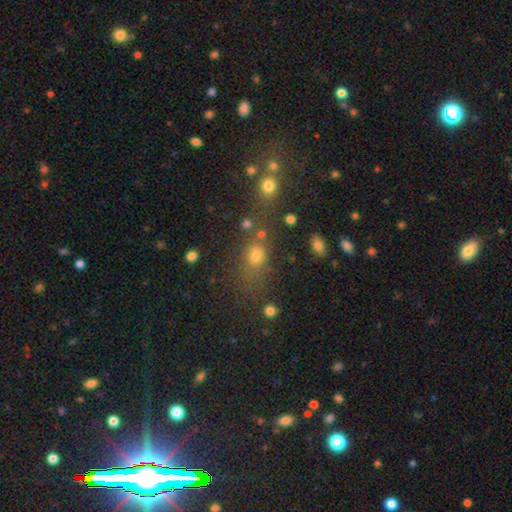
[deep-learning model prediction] Morphology: type=smooth (68%); roundness=in between (53%); merging=none (57%).